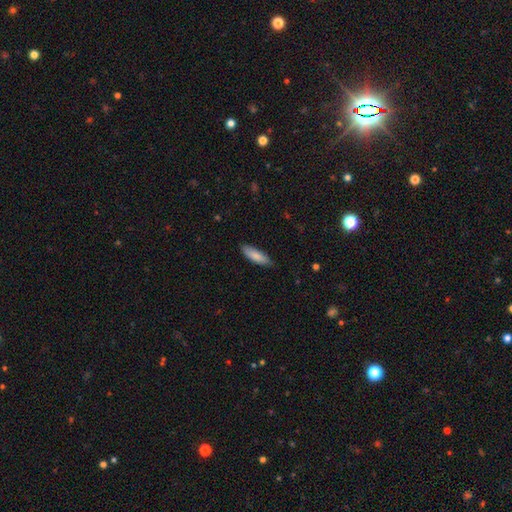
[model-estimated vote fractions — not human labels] Smooth or featured: smooth — 85% (featured or disk — 10%)
How rounded: in between — 52% (cigar-shaped — 46%)
Merging: none — 82% (minor disturbance — 14%)